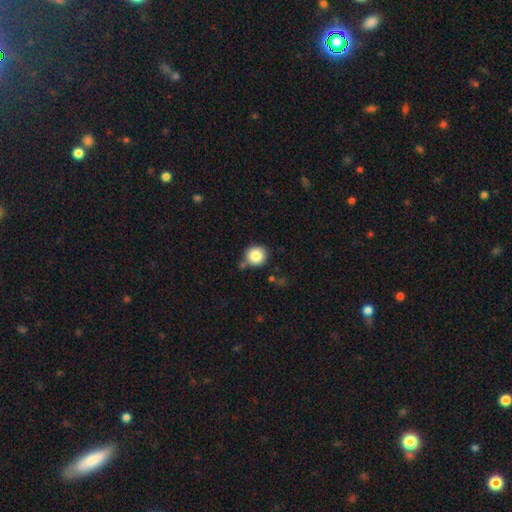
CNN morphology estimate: Smooth or featured? Predicted: smooth (p=0.85). How rounded? Predicted: round (p=0.92). Merging? Predicted: none (p=0.77).